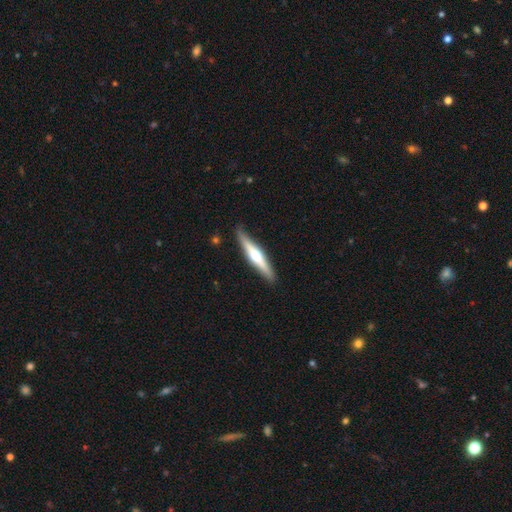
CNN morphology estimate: Smooth or featured: featured or disk — 64% (smooth — 31%)
Edge-on disk: yes — 95% (no — 5%)
Edge-on bulge: rounded — 93% (none — 4%)
Merging: none — 88% (minor disturbance — 9%)